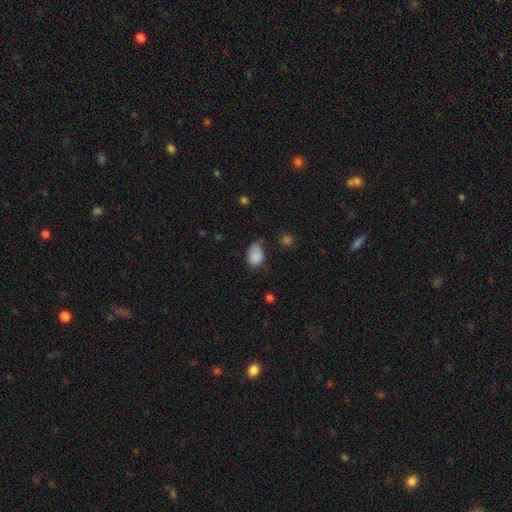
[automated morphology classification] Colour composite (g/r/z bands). It shows a smooth galaxy with no disk features (85%) that is in between round and cigar-shaped (76%). Merging: none (46%).